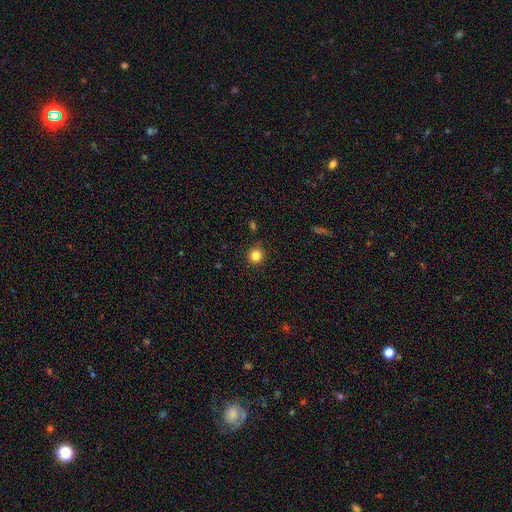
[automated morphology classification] smooth 83%, star or artifact 12%, featured or disk 5%. Down the decision tree: how rounded — round (93%); merging — none (87%).